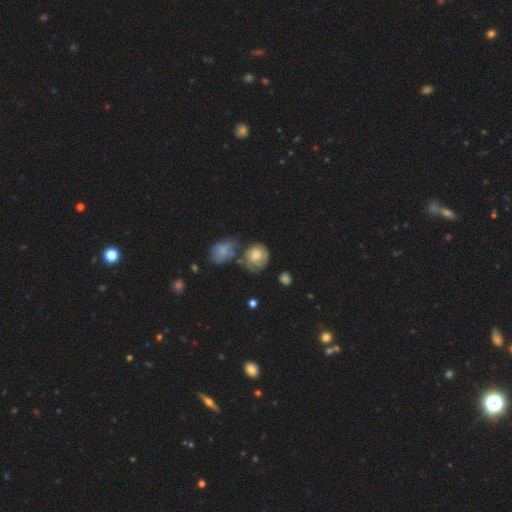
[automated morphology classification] This appears to be a featured or disk galaxy (46%). Merging: none (44%).